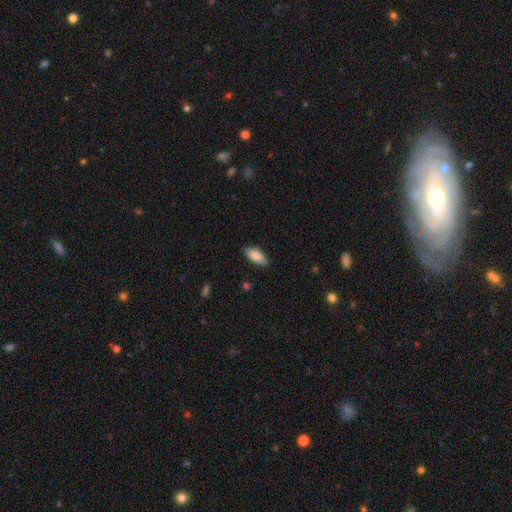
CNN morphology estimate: This appears to be a smooth galaxy with no disk features (85%) that is in between round and cigar-shaped (82%). Merging: none (86%).